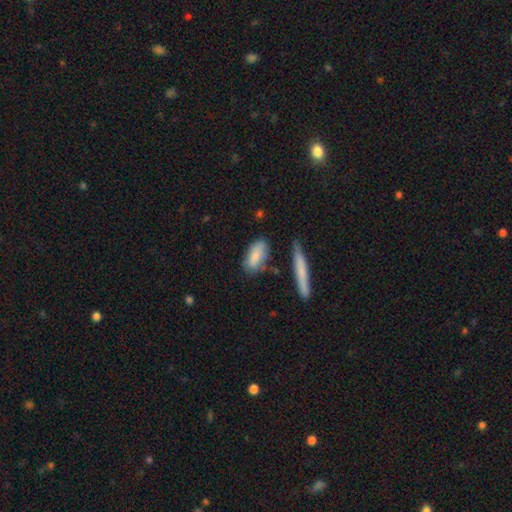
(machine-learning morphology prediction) The model was most divided on "merging": none: 59%, minor disturbance: 26%, major disturbance: 7%, merger: 7%. More confident: smooth or featured — smooth (80%); how rounded — in between (78%).